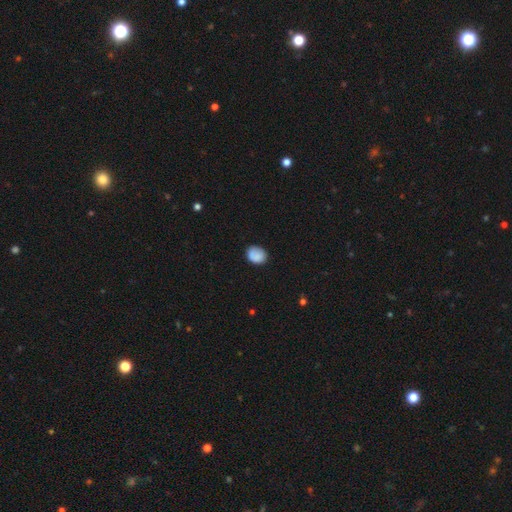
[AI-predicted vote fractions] Smooth or featured? smooth (85%)
How rounded? round (55%)
Merging? none (79%)